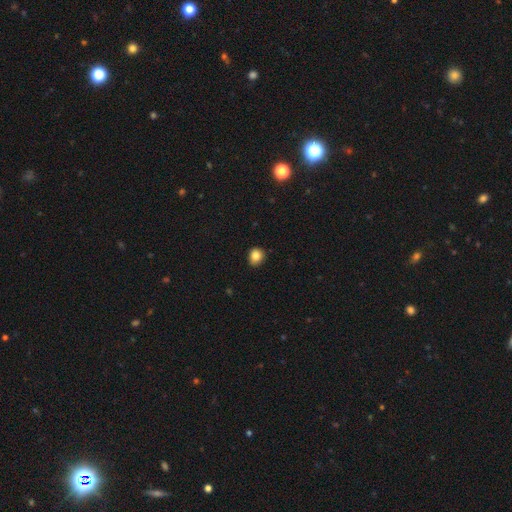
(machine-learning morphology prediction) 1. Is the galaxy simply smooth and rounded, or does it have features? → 85% smooth, 10% star or artifact, 5% featured or disk.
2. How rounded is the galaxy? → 80% round, 19% in between, 1% cigar-shaped.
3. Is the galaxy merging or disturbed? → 89% none, 8% minor disturbance, 2% major disturbance, 1% merger.